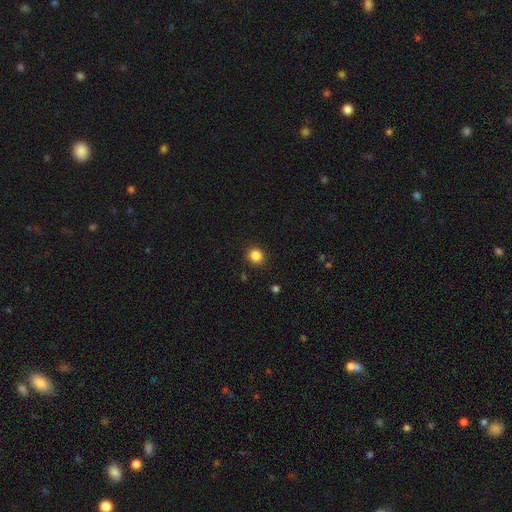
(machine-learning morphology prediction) Smooth or featured?
  - smooth: 85% *
  - star or artifact: 12%
  - featured or disk: 4%
How rounded?
  - round: 90% *
  - in between: 9%
  - cigar-shaped: 1%
Merging?
  - none: 90% *
  - minor disturbance: 6%
  - major disturbance: 2%
  - merger: 1%